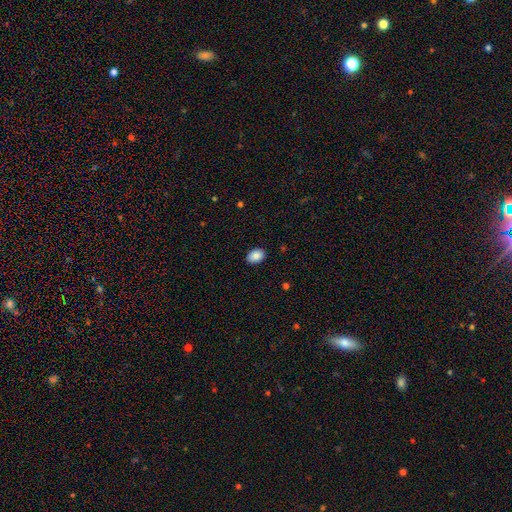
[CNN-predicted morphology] This appears to be a smooth galaxy with no disk features (88%) that is in between round and cigar-shaped (79%). Merging: none (88%).